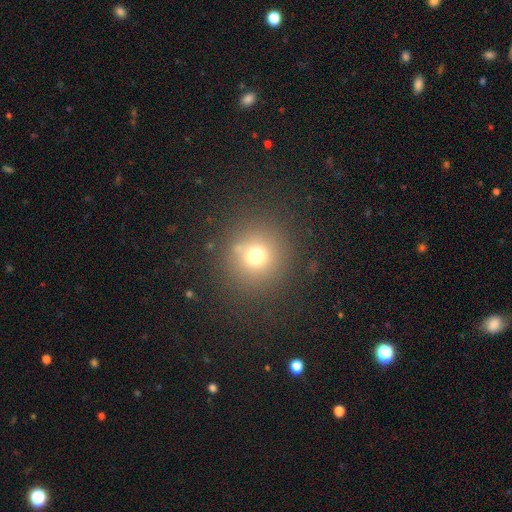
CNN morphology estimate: A smooth galaxy with no disk features (70%) that is round (93%).

Vote fractions:
- Smooth or featured? smooth: 70% / star or artifact: 20% / featured or disk: 10%
- How rounded? round: 93% / in between: 6% / cigar-shaped: 1%
- Merging? none: 83% / minor disturbance: 8% / major disturbance: 6% / merger: 3%